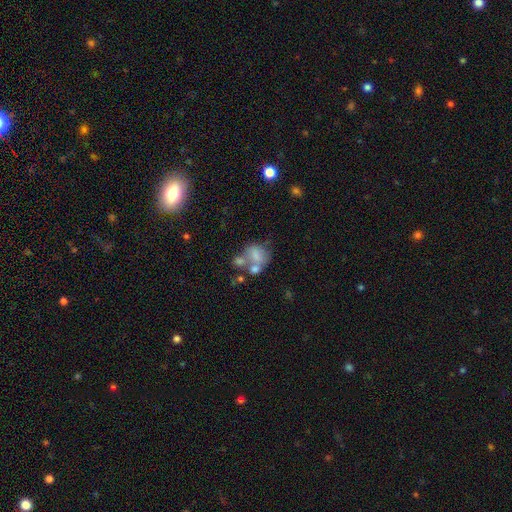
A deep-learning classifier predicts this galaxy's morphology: The model was most divided on "how rounded": in between: 51%, round: 48%, cigar-shaped: 1%. Remaining: smooth or featured — smooth (60%); merging — merger (43%).